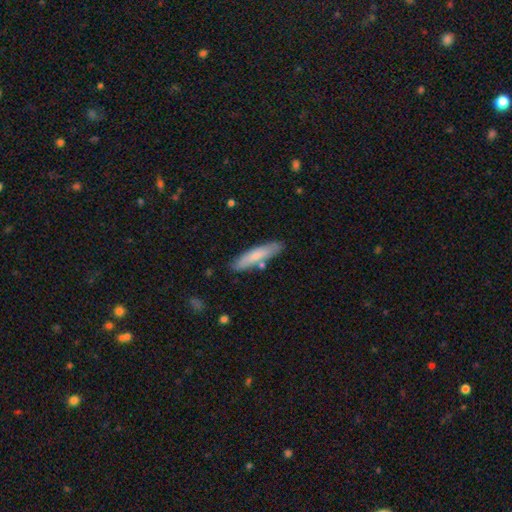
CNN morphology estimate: Smooth or featured?
  - smooth: 73% *
  - featured or disk: 21%
  - star or artifact: 6%
How rounded?
  - cigar-shaped: 81% *
  - in between: 18%
  - round: 1%
Merging?
  - none: 79% *
  - minor disturbance: 13%
  - merger: 5%
  - major disturbance: 2%